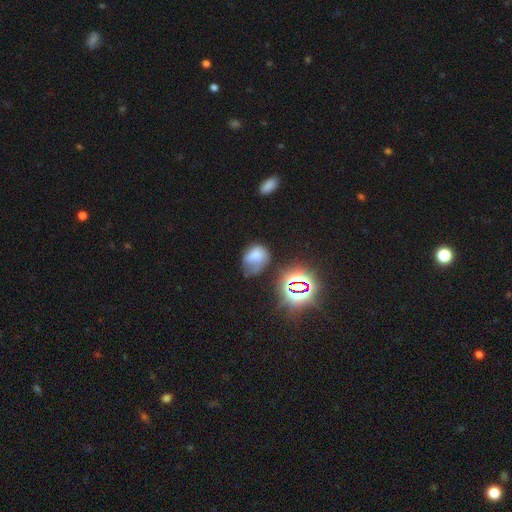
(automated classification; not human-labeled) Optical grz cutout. It shows a smooth galaxy with no disk features (57%) that is in between round and cigar-shaped (62%). Merging: minor disturbance (34%).